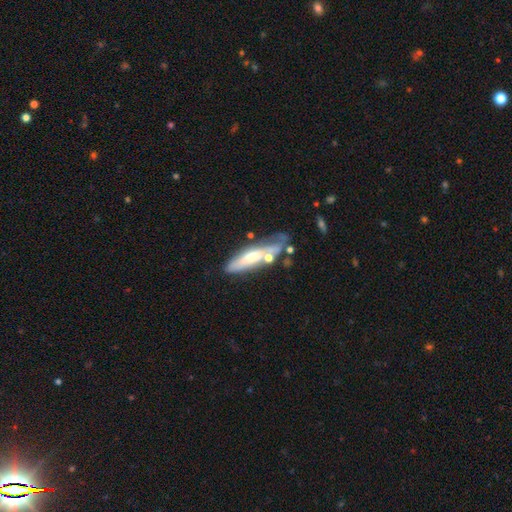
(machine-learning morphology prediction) featured or disk 54%, smooth 39%, star or artifact 7%. Down the decision tree: edge-on disk — yes (54%); merging — none (43%).